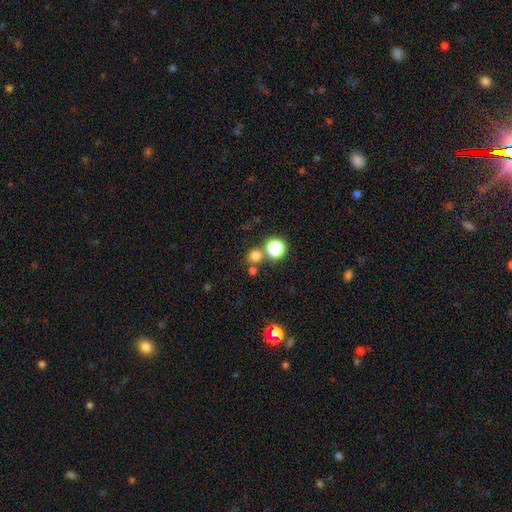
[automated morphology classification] smooth 72%, star or artifact 22%, featured or disk 6%. Down the decision tree: how rounded — round (82%); merging — none (68%).